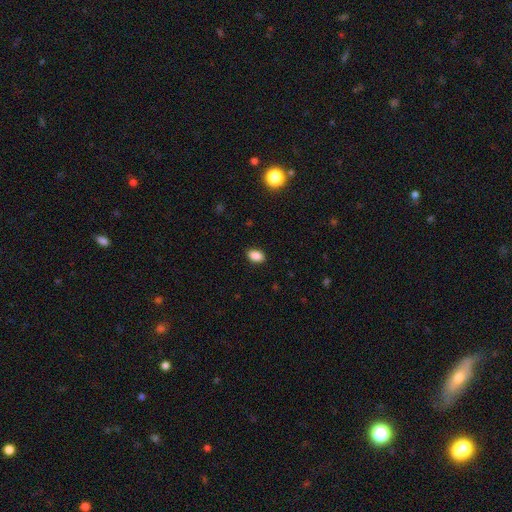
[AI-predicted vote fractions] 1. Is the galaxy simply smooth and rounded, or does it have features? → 88% smooth, 9% star or artifact, 3% featured or disk.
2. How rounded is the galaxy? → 89% in between, 9% round, 2% cigar-shaped.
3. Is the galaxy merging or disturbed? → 88% none, 9% minor disturbance, 2% major disturbance, 1% merger.